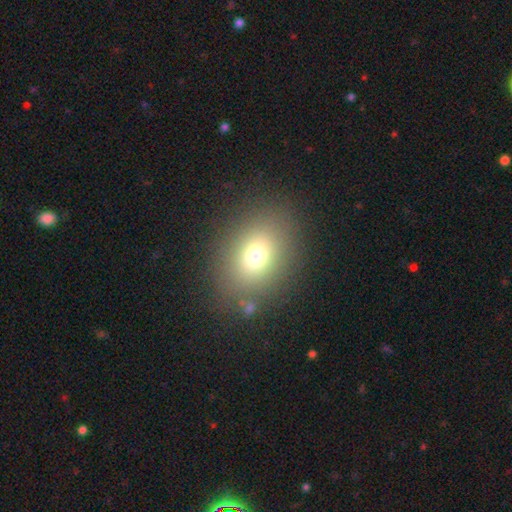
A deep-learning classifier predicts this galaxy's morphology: Smooth or featured? smooth (73%)
How rounded? in between (60%)
Merging? none (83%)